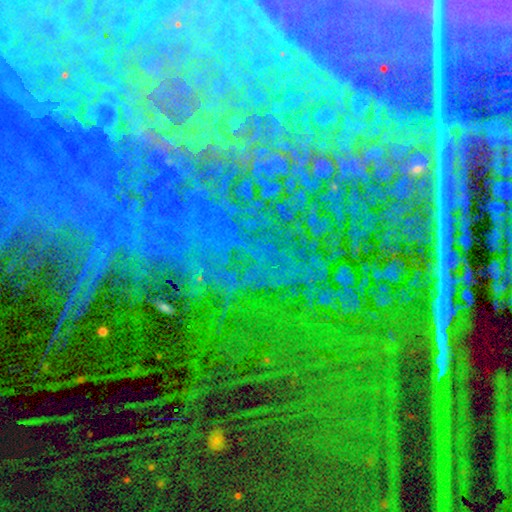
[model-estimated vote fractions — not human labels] smooth_or_featured: star or artifact (p=0.86) [alt: featured or disk p=0.08]